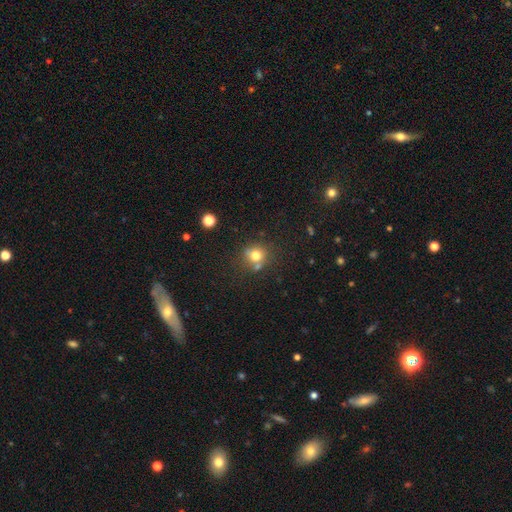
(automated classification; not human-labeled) Smooth or featured: smooth — 75% (star or artifact — 15%)
How rounded: round — 84% (in between — 15%)
Merging: none — 66% (merger — 16%)